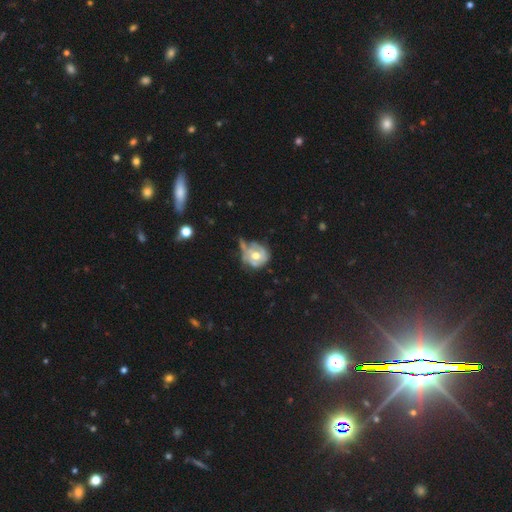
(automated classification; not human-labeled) A featured or disk galaxy (58%) with no bar (77%), spiral arms (54%) and a moderate central bulge (75%). Merging: none (37%).